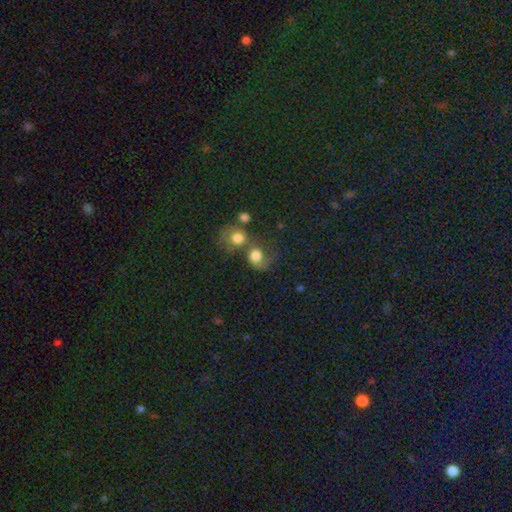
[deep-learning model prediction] Smooth or featured? smooth (71%)
How rounded? round (68%)
Merging? merger (48%)